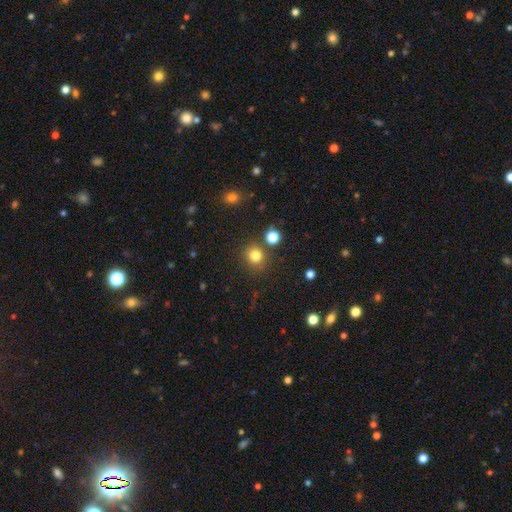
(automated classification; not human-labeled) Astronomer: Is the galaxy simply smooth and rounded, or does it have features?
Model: smooth — 80%.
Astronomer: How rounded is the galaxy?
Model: round — 87%.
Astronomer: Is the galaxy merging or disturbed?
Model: none — 79%.